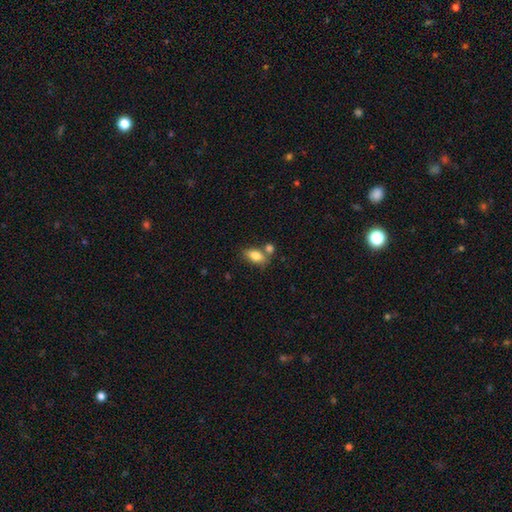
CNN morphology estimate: This appears to be a smooth galaxy with no disk features (81%) that is in between round and cigar-shaped (86%). Merging: none (55%).